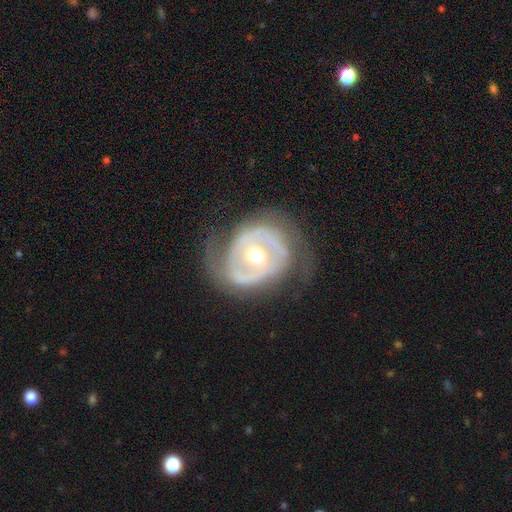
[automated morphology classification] type=featured or disk (81%); edge-on=no (96%); bar=no (54%); spiral arms=yes (73%); winding=tight (47%); arm count=2 (63%); bulge=moderate (74%); merging=none (63%).